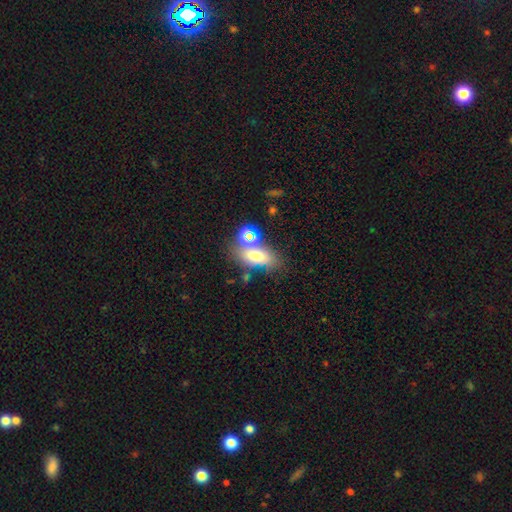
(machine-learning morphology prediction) smooth-or-featured: smooth: 68% | featured or disk: 19% | star or artifact: 13%
  how-rounded: in between: 79% | round: 13% | cigar-shaped: 8%
  merging: none: 55% | merger: 22% | minor disturbance: 16% | major disturbance: 8%